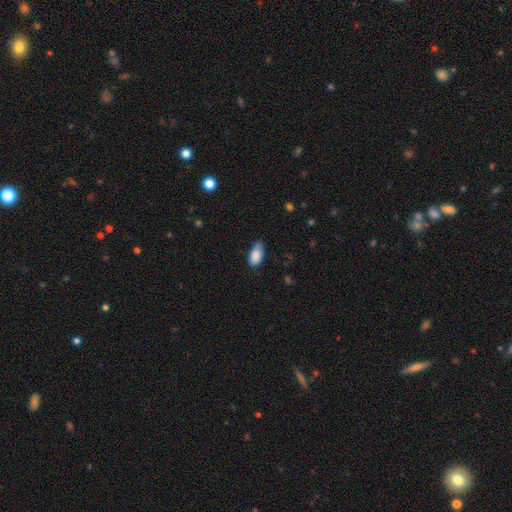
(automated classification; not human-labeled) Smooth or featured? Predicted: smooth (p=0.85). How rounded? Predicted: in between (p=0.93). Merging? Predicted: none (p=0.61).